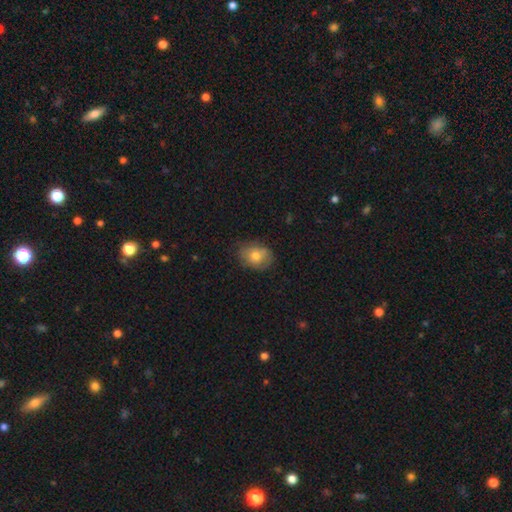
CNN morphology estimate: Smooth or featured? smooth (70%)
How rounded? in between (55%)
Merging? none (70%)